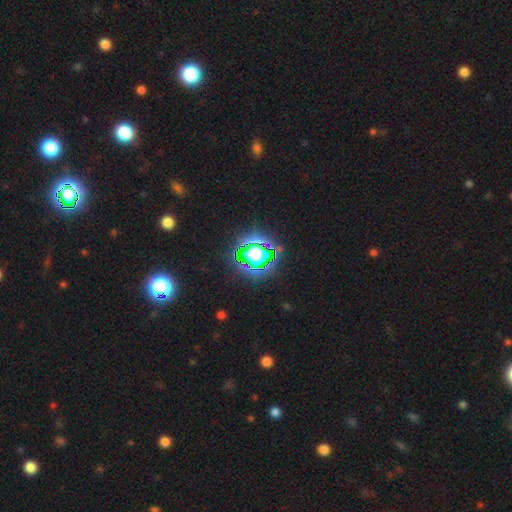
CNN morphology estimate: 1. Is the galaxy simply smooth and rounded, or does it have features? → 59% star or artifact, 25% smooth, 16% featured or disk.